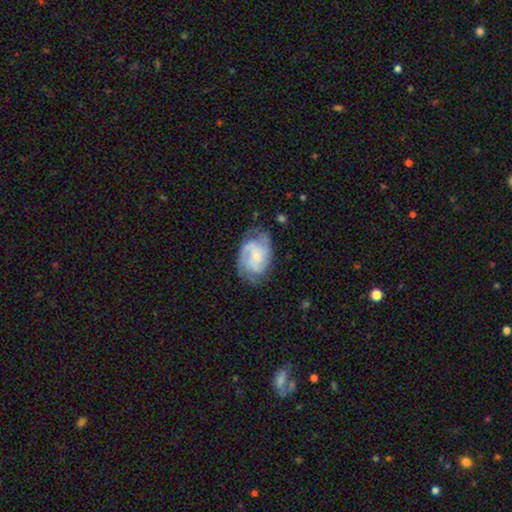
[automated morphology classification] Smooth or featured: featured or disk — 82% (smooth — 13%)
Edge-on disk: no — 98% (yes — 2%)
Bar: no — 55% (weak — 37%)
Spiral arms: yes — 95% (no — 5%)
Spiral winding: medium — 46% (tight — 41%)
Spiral arm count: 2 — 42% (3 — 27%)
Bulge size: small — 68% (moderate — 24%)
Merging: none — 67% (minor disturbance — 22%)